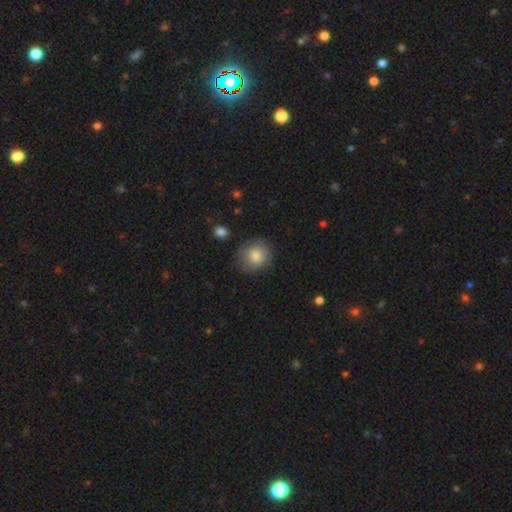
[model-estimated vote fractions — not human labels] This is clearly a smooth galaxy (82%). How rounded: likely round (78%). Merging: likely none (74%).